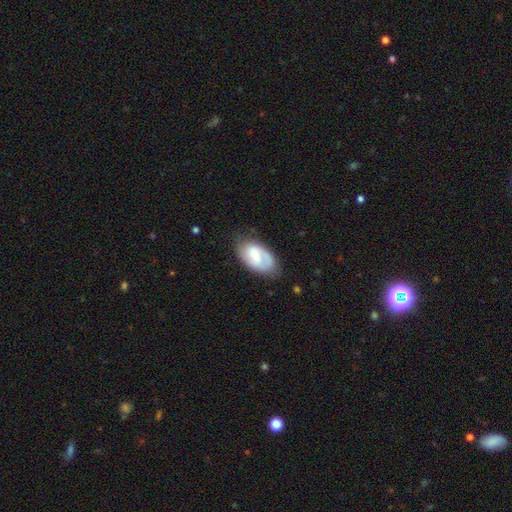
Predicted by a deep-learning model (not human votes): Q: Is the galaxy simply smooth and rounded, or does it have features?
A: featured or disk — 52%.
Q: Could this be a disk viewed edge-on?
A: no — 95%.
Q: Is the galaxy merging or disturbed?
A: none — 68%.